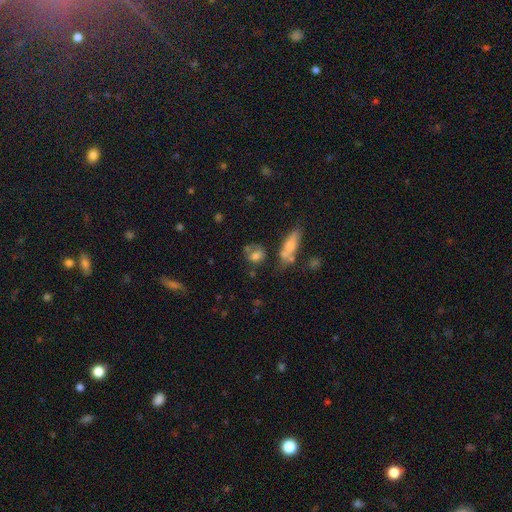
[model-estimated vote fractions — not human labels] Smooth or featured?
  - smooth: 71% *
  - featured or disk: 17%
  - star or artifact: 13%
How rounded?
  - in between: 52% *
  - round: 43%
  - cigar-shaped: 5%
Merging?
  - none: 46% *
  - merger: 21%
  - minor disturbance: 21%
  - major disturbance: 12%